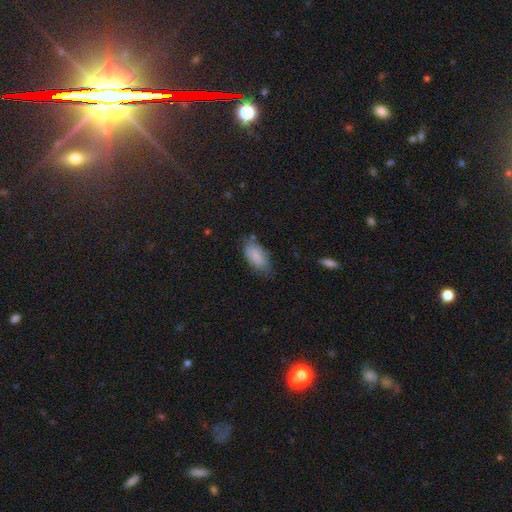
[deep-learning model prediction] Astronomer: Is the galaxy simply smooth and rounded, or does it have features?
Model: smooth — 83%.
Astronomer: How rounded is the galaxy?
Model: in between — 92%.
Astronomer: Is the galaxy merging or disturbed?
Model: none — 68%.